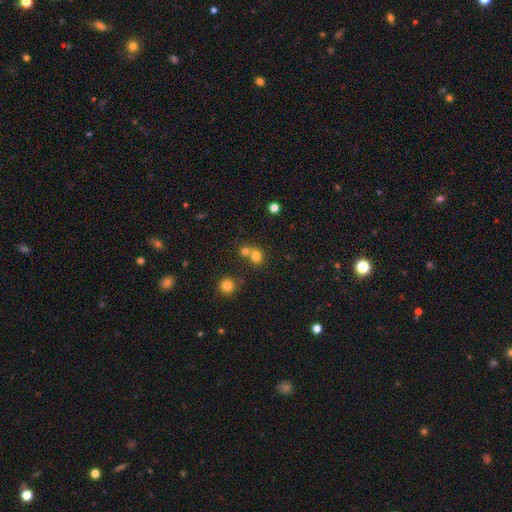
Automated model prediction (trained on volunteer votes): This appears to be a smooth galaxy with no disk features (76%) that is round (66%). Merging: none (46%).